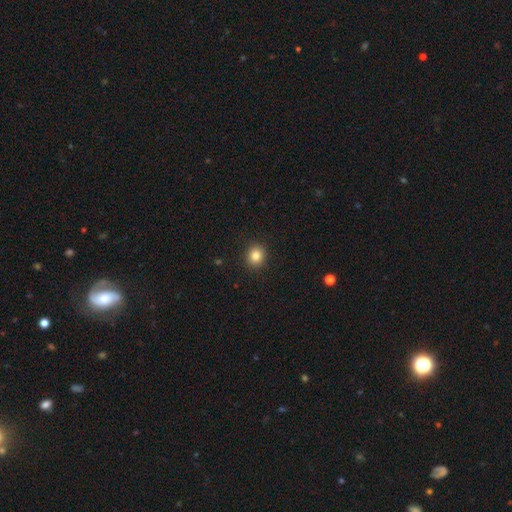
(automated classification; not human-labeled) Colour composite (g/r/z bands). It shows a smooth galaxy with no disk features (84%) that is round (81%). Merging: none (91%).